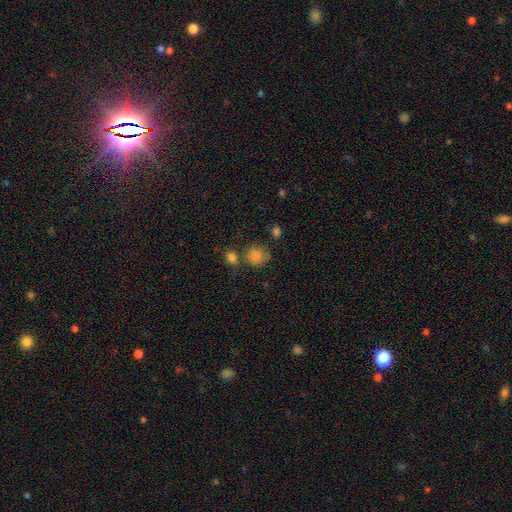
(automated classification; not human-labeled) smooth 72%, star or artifact 18%, featured or disk 10%. Down the decision tree: how rounded — round (82%); merging — none (65%).